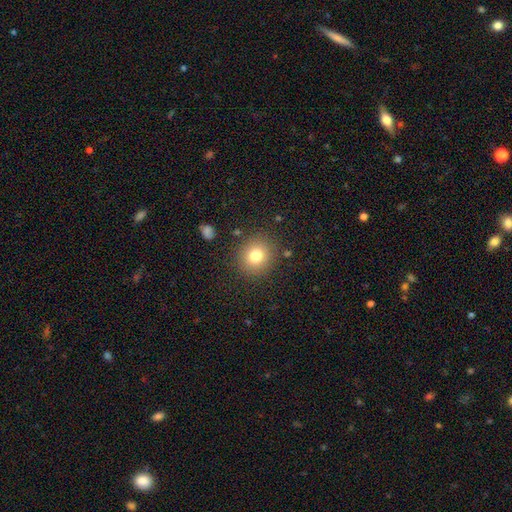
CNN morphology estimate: Smooth or featured? smooth (78%)
How rounded? round (87%)
Merging? none (87%)